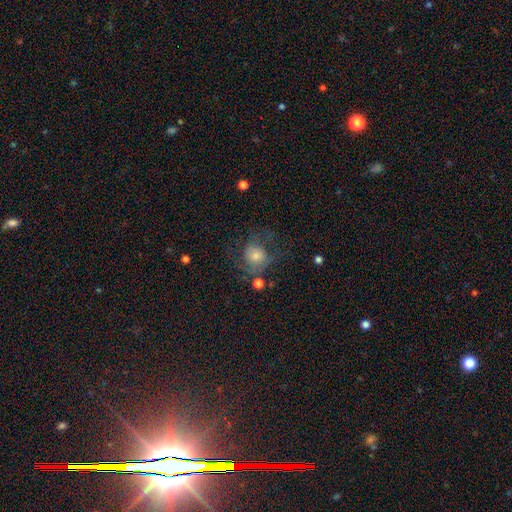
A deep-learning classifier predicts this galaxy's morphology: The model was most divided on "smooth or featured": featured or disk: 45%, smooth: 41%, star or artifact: 14%. More confident: merging — none (52%).